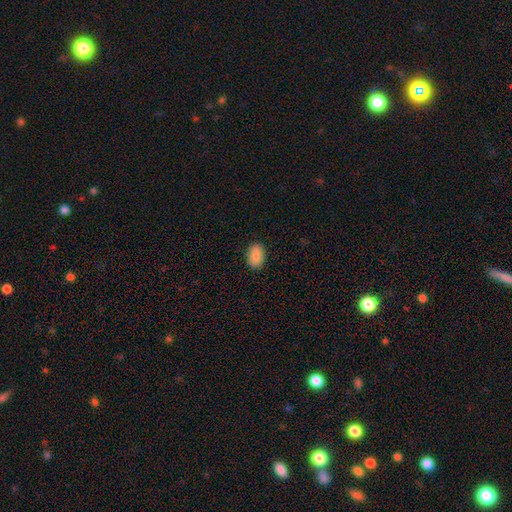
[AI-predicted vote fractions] smooth_or_featured: smooth (p=0.89) [alt: star or artifact p=0.07]
how_rounded: in between (p=0.88) [alt: round p=0.10]
merging: none (p=0.88) [alt: minor disturbance p=0.08]